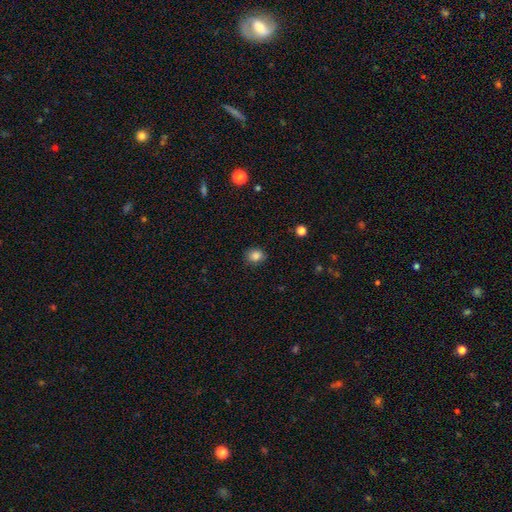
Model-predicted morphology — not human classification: Smooth or featured? Predicted: smooth (p=0.85). How rounded? Predicted: round (p=0.64). Merging? Predicted: none (p=0.84).